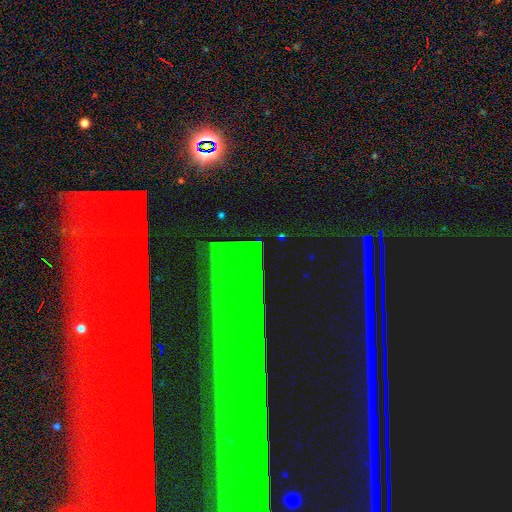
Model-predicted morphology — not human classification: star or artifact 79%, featured or disk 11%, smooth 10%.